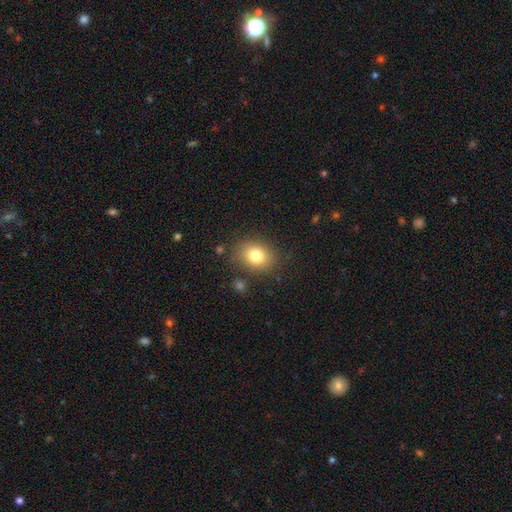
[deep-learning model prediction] Smooth or featured? Predicted: smooth (p=0.79). How rounded? Predicted: in between (p=0.52). Merging? Predicted: none (p=0.82).